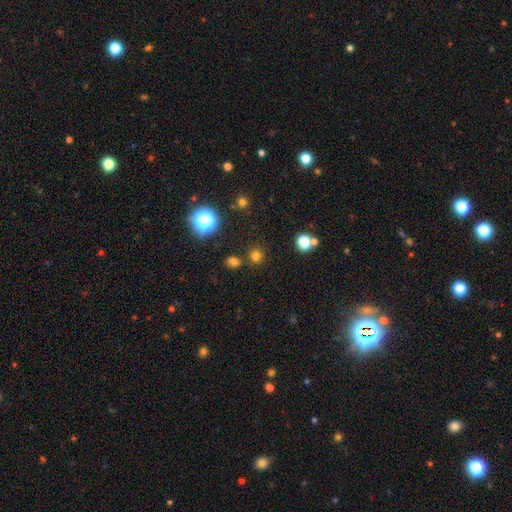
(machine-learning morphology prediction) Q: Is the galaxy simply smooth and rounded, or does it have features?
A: smooth — 71%.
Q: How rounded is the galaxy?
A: round — 87%.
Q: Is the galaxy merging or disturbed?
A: none — 79%.